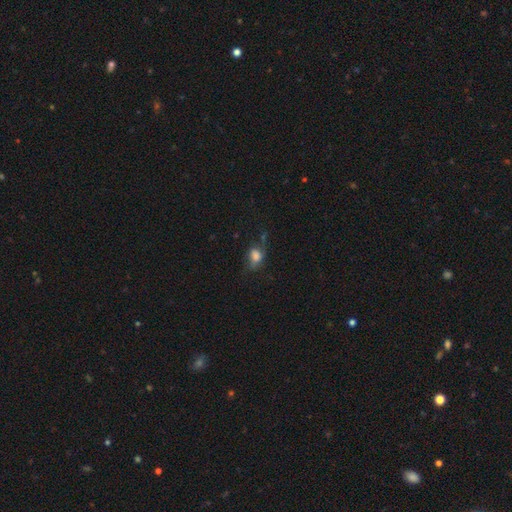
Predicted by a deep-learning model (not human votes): Morphology: type=smooth (67%); roundness=in between (67%); merging=none (43%).